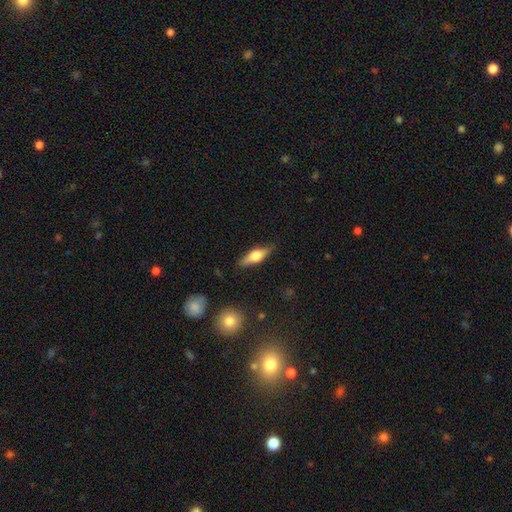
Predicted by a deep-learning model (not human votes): This is possibly a smooth galaxy (52%). How rounded: possibly in between (49%). Merging: clearly none (84%).